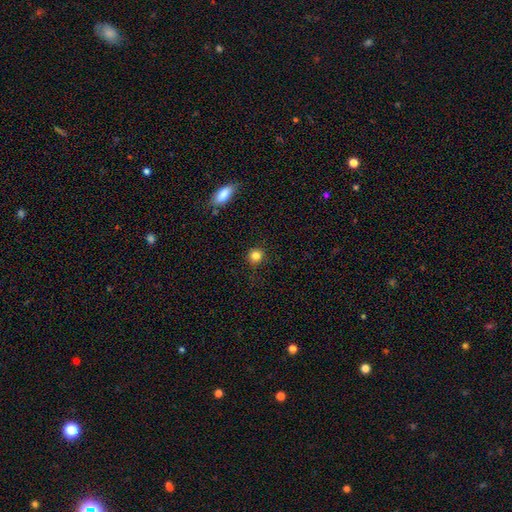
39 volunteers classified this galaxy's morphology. Volunteers were most divided on "smooth or featured": smooth: 79%, featured or disk: 10%, star or artifact: 10%. More confident: how rounded — round (100%); merging — none (86%).